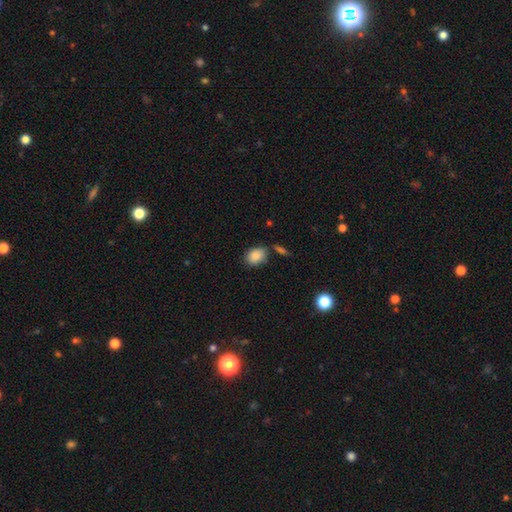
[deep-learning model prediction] The model was most divided on "how rounded": in between: 70%, round: 29%, cigar-shaped: 1%. More confident: smooth or featured — smooth (85%); merging — none (71%).